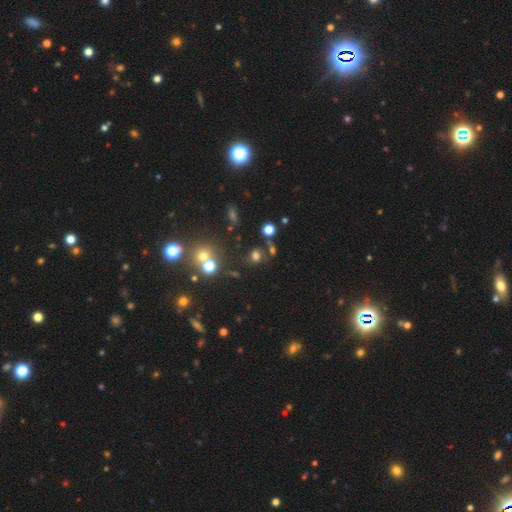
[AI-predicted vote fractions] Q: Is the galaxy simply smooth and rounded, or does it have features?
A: smooth — 67%.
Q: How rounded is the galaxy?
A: round — 67%.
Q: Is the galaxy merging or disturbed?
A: none — 68%.